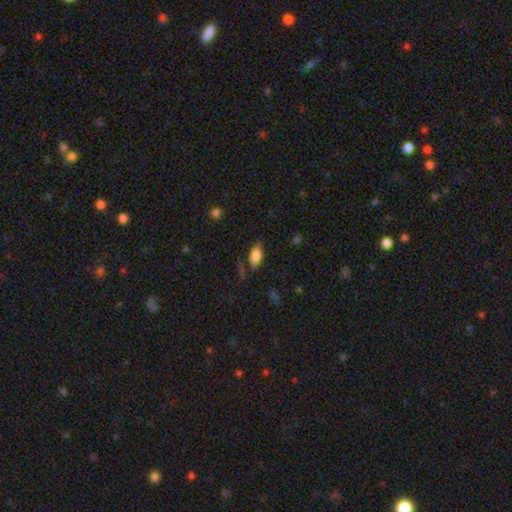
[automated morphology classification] Overall: smooth (80%). How rounded: in between (89%). Merging: none (75%).